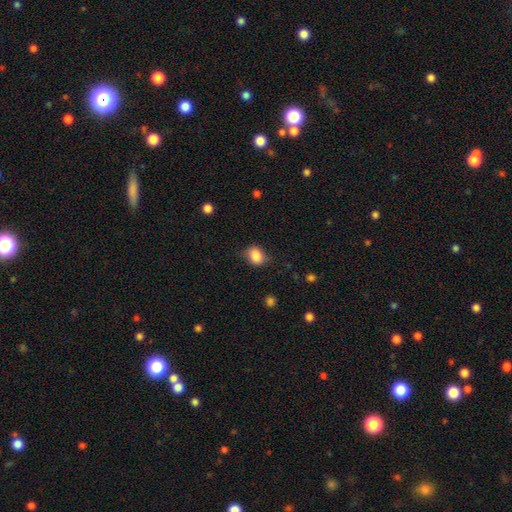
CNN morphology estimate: Q: Smooth or featured?
A: smooth (86%); runner-up: star or artifact (9%)
Q: How rounded?
A: in between (52%); runner-up: round (47%)
Q: Merging?
A: none (76%); runner-up: minor disturbance (18%)